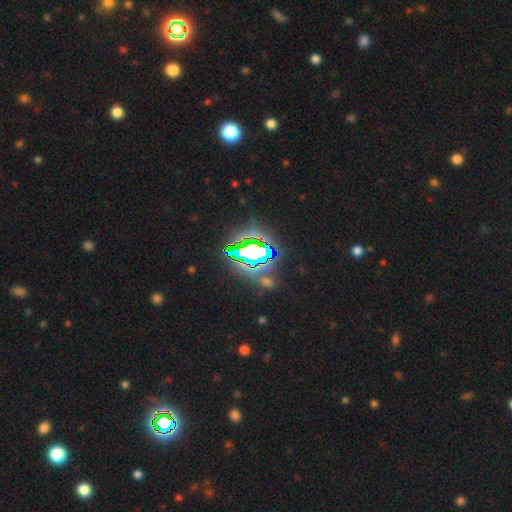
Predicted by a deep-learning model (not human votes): Overall: star or artifact (79%).